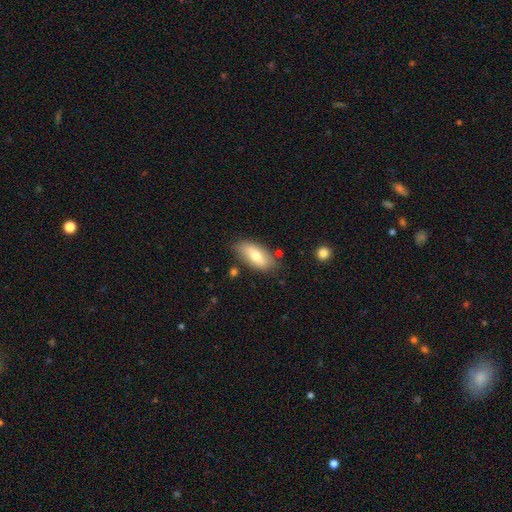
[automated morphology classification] type=smooth (69%); roundness=in between (87%); merging=none (78%).